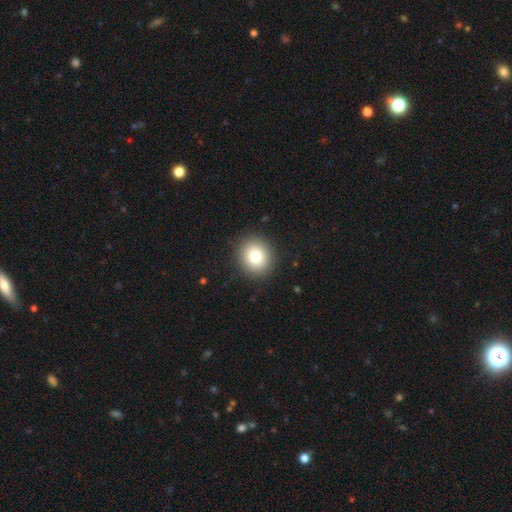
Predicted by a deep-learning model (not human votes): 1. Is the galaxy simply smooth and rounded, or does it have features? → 82% smooth, 10% star or artifact, 8% featured or disk.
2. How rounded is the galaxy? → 83% round, 16% in between, 1% cigar-shaped.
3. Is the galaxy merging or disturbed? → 90% none, 6% minor disturbance, 2% major disturbance, 1% merger.